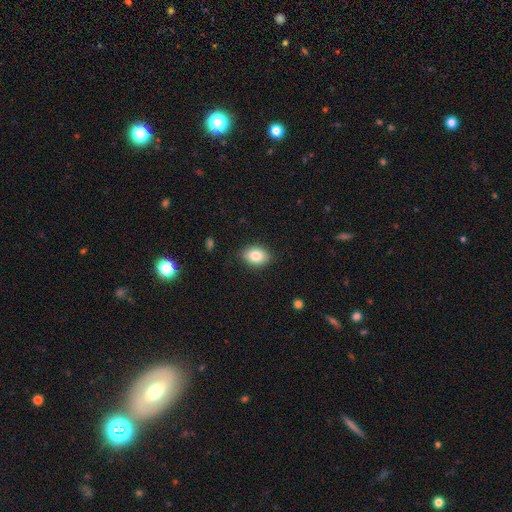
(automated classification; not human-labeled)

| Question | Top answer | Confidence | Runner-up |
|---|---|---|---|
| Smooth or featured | smooth | 83% | featured or disk (9%) |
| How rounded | in between | 78% | round (20%) |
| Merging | none | 86% | minor disturbance (11%) |